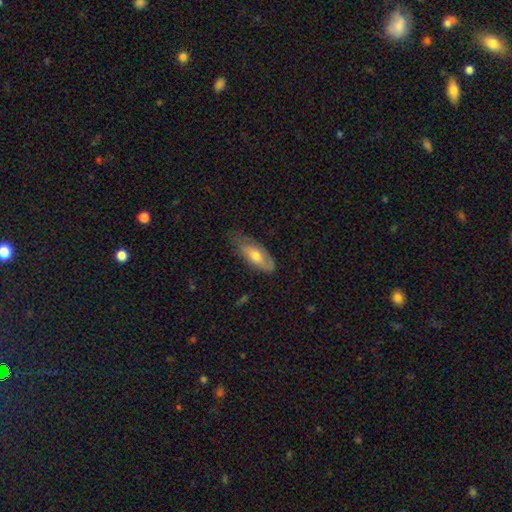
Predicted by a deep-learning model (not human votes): A smooth galaxy with no disk features (61%) that is in between round and cigar-shaped (77%). Merging: none (54%).